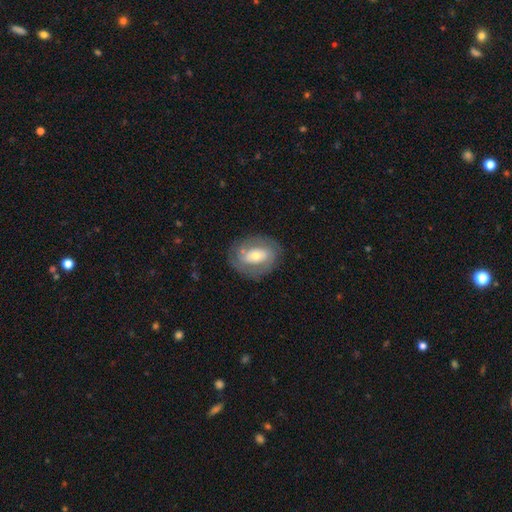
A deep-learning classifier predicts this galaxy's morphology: Q: Smooth or featured?
A: featured or disk (58%); runner-up: smooth (35%)
Q: Edge-on disk?
A: no (95%); runner-up: yes (5%)
Q: Bar?
A: no (52%); runner-up: weak (30%)
Q: Spiral arms?
A: yes (58%); runner-up: no (42%)
Q: Bulge size?
A: moderate (54%); runner-up: small (36%)
Q: Merging?
A: none (78%); runner-up: minor disturbance (14%)